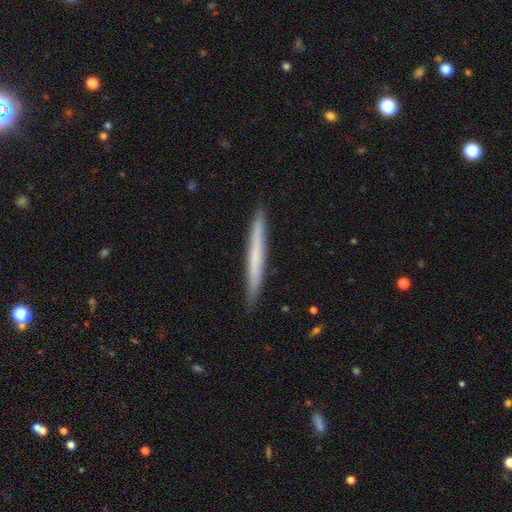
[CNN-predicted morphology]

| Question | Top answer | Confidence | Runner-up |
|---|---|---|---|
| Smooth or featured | smooth | 57% | featured or disk (37%) |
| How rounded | cigar-shaped | 97% | in between (2%) |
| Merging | none | 91% | minor disturbance (6%) |